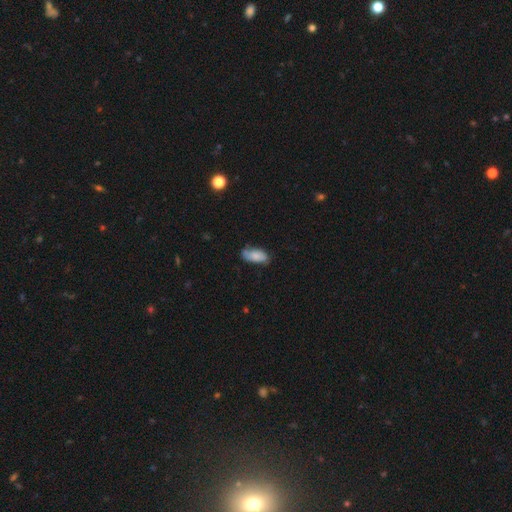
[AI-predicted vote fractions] A smooth galaxy with no disk features (74%) that is in between round and cigar-shaped (90%).

Vote fractions:
- Smooth or featured? smooth: 74% / featured or disk: 19% / star or artifact: 7%
- How rounded? in between: 90% / cigar-shaped: 7% / round: 3%
- Merging? none: 66% / minor disturbance: 27% / major disturbance: 5% / merger: 2%